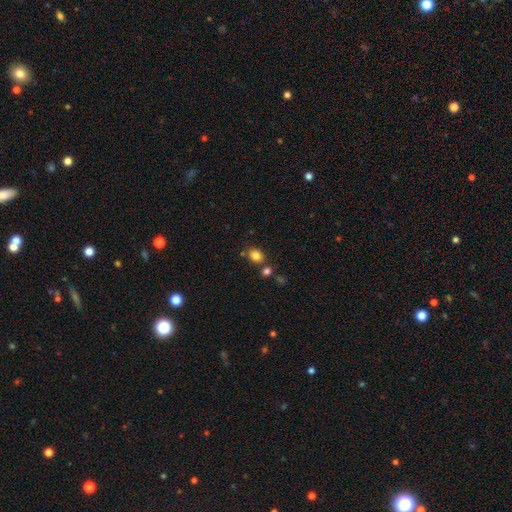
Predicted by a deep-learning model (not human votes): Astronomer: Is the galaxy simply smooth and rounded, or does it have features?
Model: smooth — 83%.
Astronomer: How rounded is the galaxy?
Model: in between — 51% (runner-up: round, 48%).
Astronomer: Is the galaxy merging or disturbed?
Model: none — 74%.